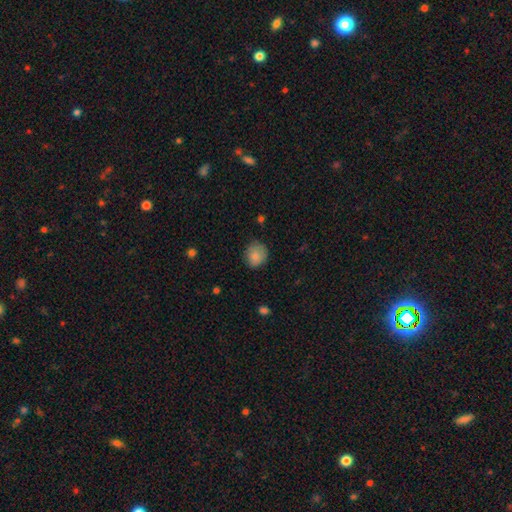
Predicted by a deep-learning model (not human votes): A smooth galaxy with no disk features (84%) that is round (67%).

Vote fractions:
- Smooth or featured? smooth: 84% / star or artifact: 8% / featured or disk: 8%
- How rounded? round: 67% / in between: 32% / cigar-shaped: 1%
- Merging? none: 73% / minor disturbance: 22% / major disturbance: 4% / merger: 1%